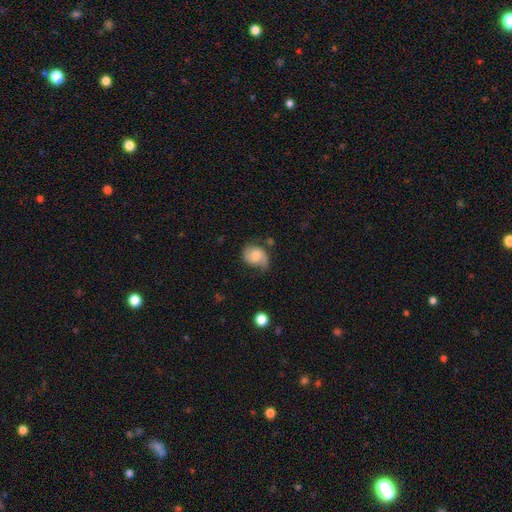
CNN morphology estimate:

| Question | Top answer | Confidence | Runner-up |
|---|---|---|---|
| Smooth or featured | featured or disk | 66% | smooth (26%) |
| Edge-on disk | no | 98% | yes (2%) |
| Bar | no | 55% | weak (38%) |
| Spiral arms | yes | 93% | no (7%) |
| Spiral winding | medium | 45% | loose (33%) |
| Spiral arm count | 2 | 77% | 1 (14%) |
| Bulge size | moderate | 49% | small (33%) |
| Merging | none | 59% | minor disturbance (27%) |